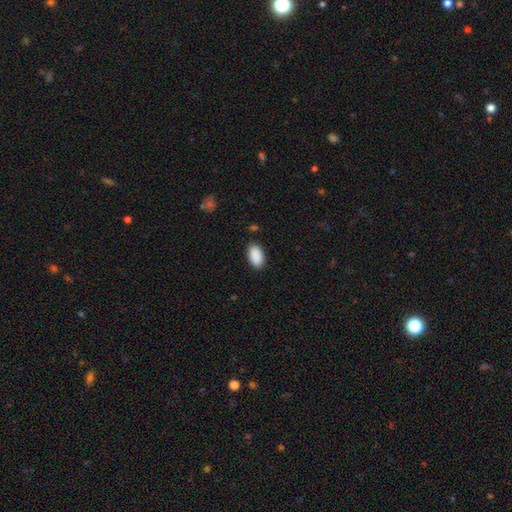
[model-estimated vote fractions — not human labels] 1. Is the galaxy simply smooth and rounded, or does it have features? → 91% smooth, 6% star or artifact, 2% featured or disk.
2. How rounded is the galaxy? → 95% in between, 4% round, 2% cigar-shaped.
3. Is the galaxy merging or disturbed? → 88% none, 9% minor disturbance, 2% major disturbance, 1% merger.